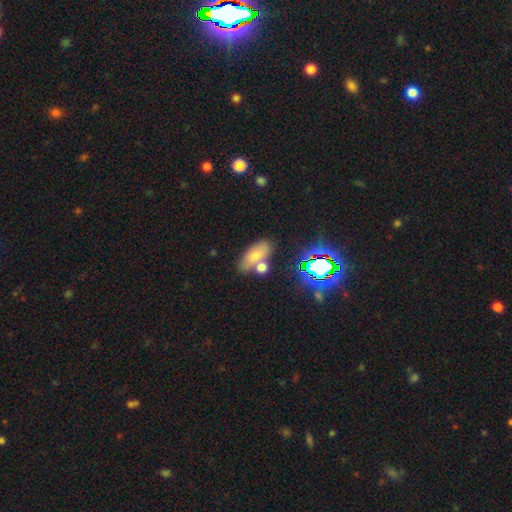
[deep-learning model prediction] Q: Smooth or featured?
A: smooth (70%); runner-up: star or artifact (16%)
Q: How rounded?
A: in between (85%); runner-up: round (8%)
Q: Merging?
A: none (52%); runner-up: merger (29%)